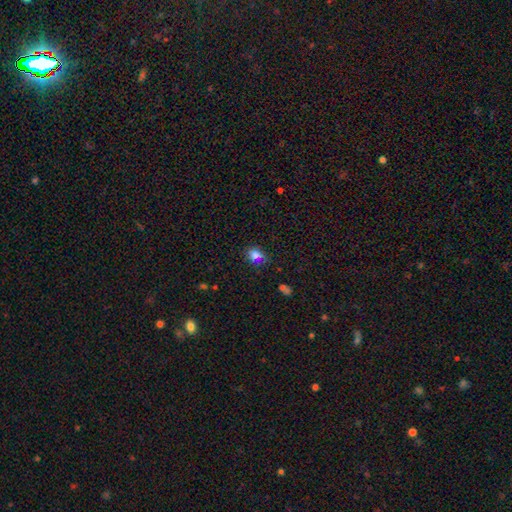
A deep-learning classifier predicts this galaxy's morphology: smooth-or-featured: smooth: 74% | star or artifact: 19% | featured or disk: 7%
  how-rounded: round: 50% | in between: 48% | cigar-shaped: 2%
  merging: none: 72% | minor disturbance: 17% | merger: 6% | major disturbance: 5%